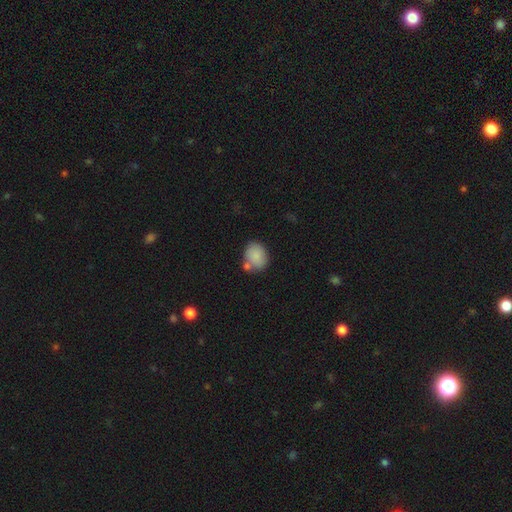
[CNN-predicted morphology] Smooth or featured? smooth (85%)
How rounded? in between (51%)
Merging? none (58%)